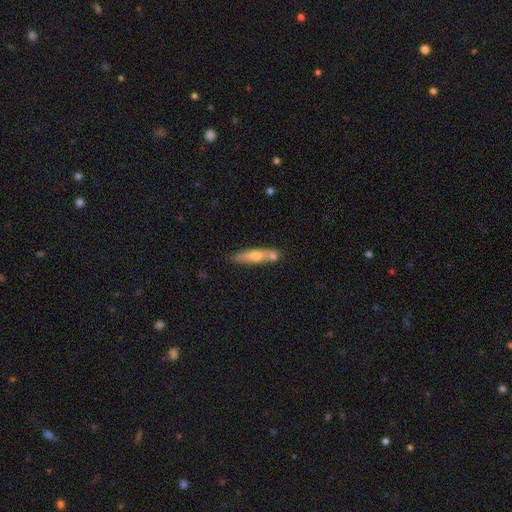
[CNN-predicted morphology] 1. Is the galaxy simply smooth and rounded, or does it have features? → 56% smooth, 38% featured or disk, 7% star or artifact.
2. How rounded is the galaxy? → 79% cigar-shaped, 19% in between, 2% round.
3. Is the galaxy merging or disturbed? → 61% none, 21% merger, 14% minor disturbance, 3% major disturbance.